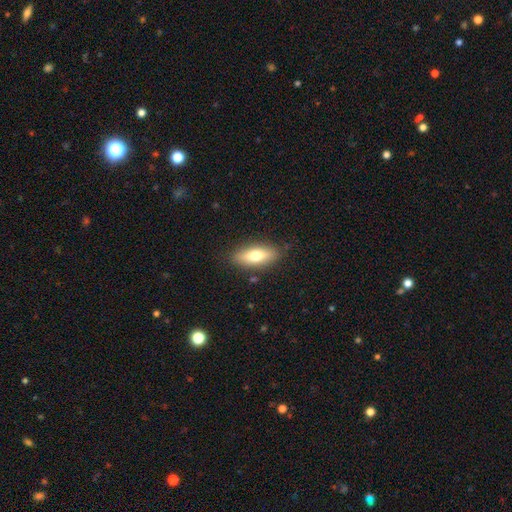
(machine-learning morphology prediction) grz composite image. It shows a smooth galaxy with no disk features (69%) that is in between round and cigar-shaped (72%). Merging: none (84%).